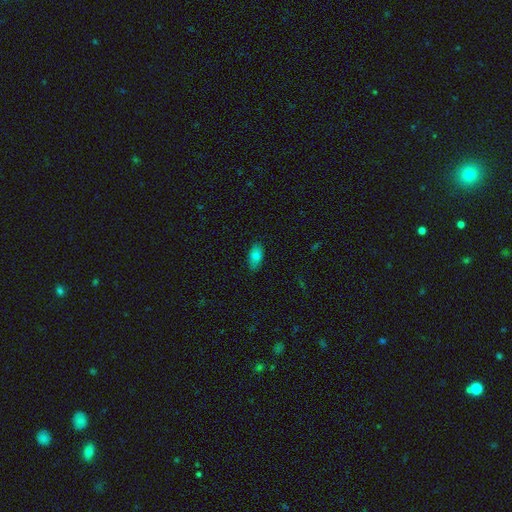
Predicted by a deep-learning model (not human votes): Smooth or featured?
  - smooth: 79% *
  - featured or disk: 12%
  - star or artifact: 9%
How rounded?
  - in between: 91% *
  - cigar-shaped: 5%
  - round: 4%
Merging?
  - none: 82% *
  - minor disturbance: 14%
  - major disturbance: 2%
  - merger: 1%